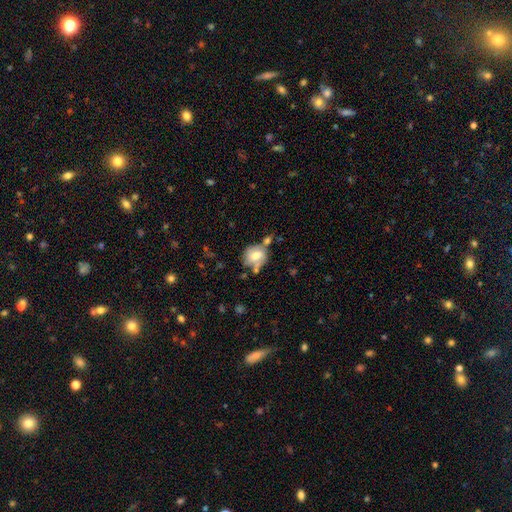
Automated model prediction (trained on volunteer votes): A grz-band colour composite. It shows a smooth galaxy with no disk features (56%) that is round (67%). Merging: none (47%).